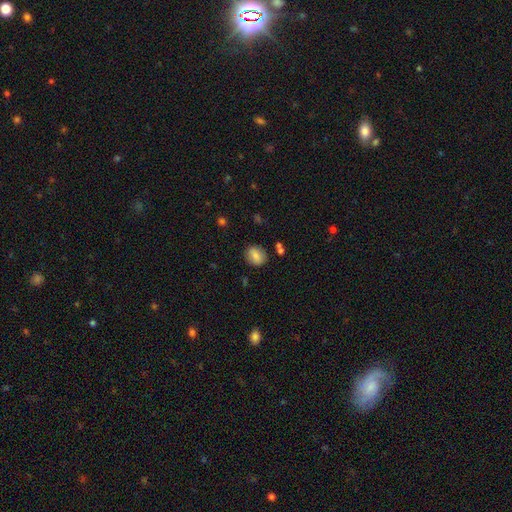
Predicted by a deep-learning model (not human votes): A smooth galaxy with no disk features (81%) that is round (57%).

Vote fractions:
- Smooth or featured? smooth: 81% / featured or disk: 10% / star or artifact: 9%
- How rounded? round: 57% / in between: 41% / cigar-shaped: 1%
- Merging? none: 82% / minor disturbance: 11% / merger: 3% / major disturbance: 3%